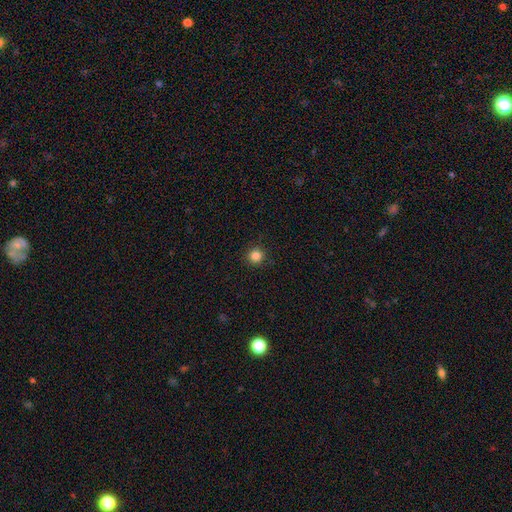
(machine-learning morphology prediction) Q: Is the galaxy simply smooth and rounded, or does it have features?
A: smooth — 84%.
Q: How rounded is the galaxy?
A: round — 95%.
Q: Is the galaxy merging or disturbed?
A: none — 92%.